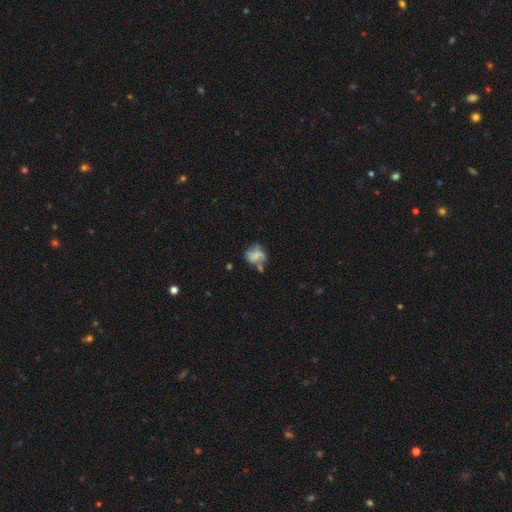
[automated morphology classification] smooth 52%, featured or disk 37%, star or artifact 11%. Down the decision tree: how rounded — round (52%); merging — none (38%).